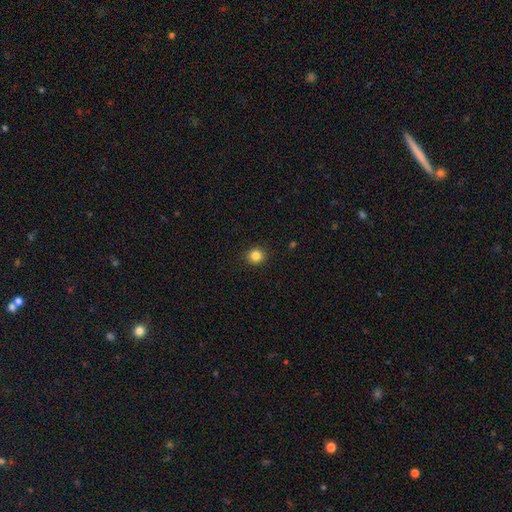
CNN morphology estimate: smooth_or_featured: smooth (p=0.84) [alt: star or artifact p=0.11]
how_rounded: round (p=0.87) [alt: in between p=0.12]
merging: none (p=0.91) [alt: minor disturbance p=0.06]